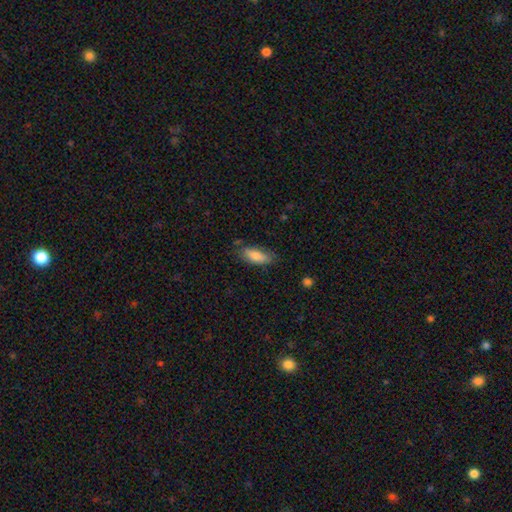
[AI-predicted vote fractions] Smooth or featured? Predicted: smooth (p=0.81). How rounded? Predicted: in between (p=0.79). Merging? Predicted: none (p=0.71).